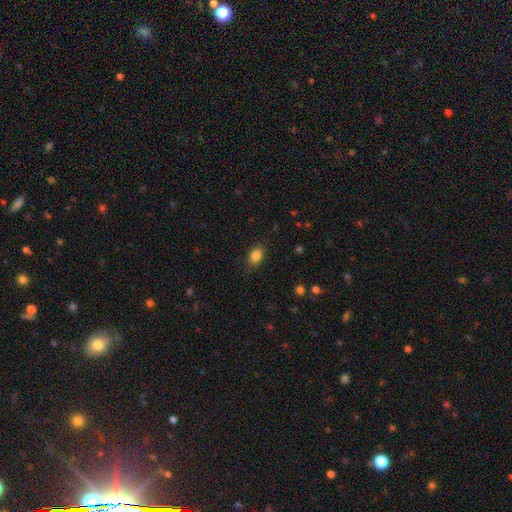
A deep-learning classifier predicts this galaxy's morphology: smooth_or_featured: smooth (p=0.84) [alt: star or artifact p=0.10]
how_rounded: in between (p=0.75) [alt: round p=0.23]
merging: none (p=0.82) [alt: minor disturbance p=0.14]